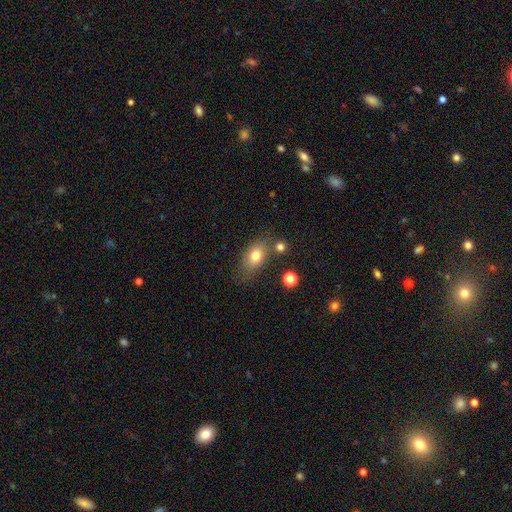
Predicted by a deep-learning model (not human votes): Smooth or featured: smooth — 78% (featured or disk — 12%)
How rounded: in between — 77% (round — 19%)
Merging: none — 62% (minor disturbance — 19%)